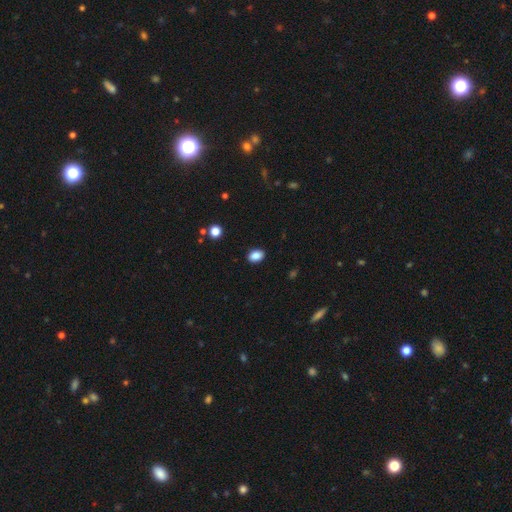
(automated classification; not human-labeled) This appears to be a smooth galaxy with no disk features (87%) that is in between round and cigar-shaped (81%). Merging: none (90%).